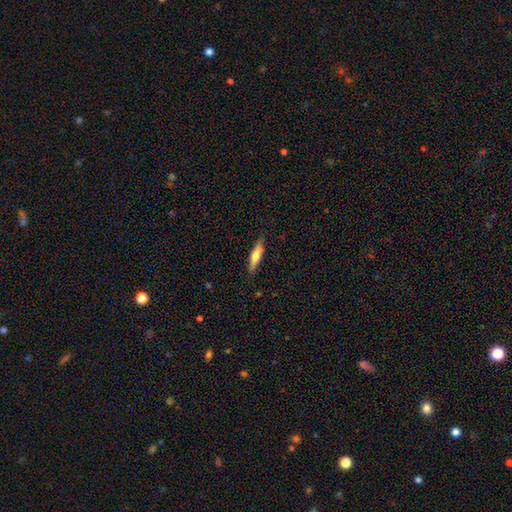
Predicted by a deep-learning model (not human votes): smooth-or-featured: smooth: 58% | featured or disk: 36% | star or artifact: 6%
  how-rounded: cigar-shaped: 76% | in between: 22% | round: 2%
  merging: none: 86% | minor disturbance: 10% | major disturbance: 2% | merger: 1%